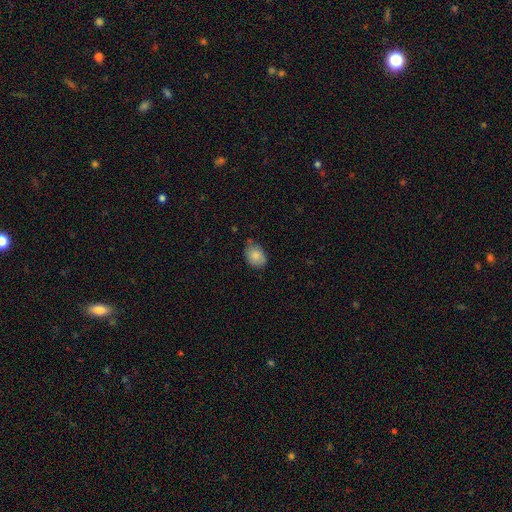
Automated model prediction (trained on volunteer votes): A smooth galaxy with no disk features (83%) that is in between round and cigar-shaped (66%).

Vote fractions:
- Smooth or featured? smooth: 83% / featured or disk: 9% / star or artifact: 8%
- How rounded? in between: 66% / round: 33% / cigar-shaped: 1%
- Merging? none: 63% / minor disturbance: 30% / major disturbance: 5% / merger: 2%